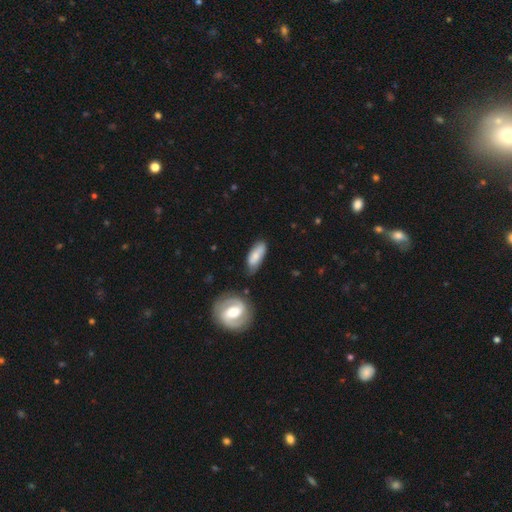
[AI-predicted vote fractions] This is likely a smooth galaxy (63%). How rounded: likely in between (72%). Merging: likely none (65%).